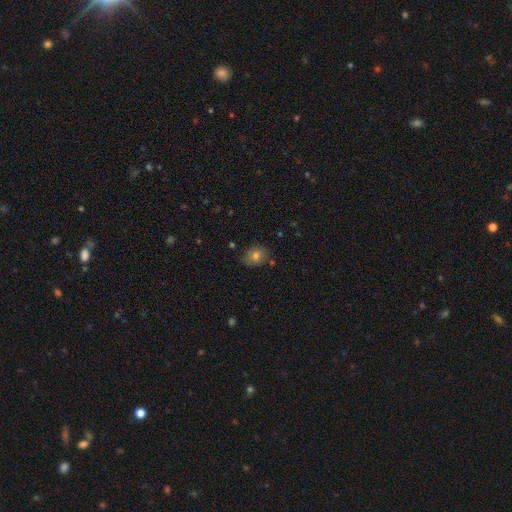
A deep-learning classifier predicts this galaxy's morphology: This appears to be a smooth galaxy with no disk features (76%) that is in between round and cigar-shaped (49%, tied with round). Merging: none (77%).